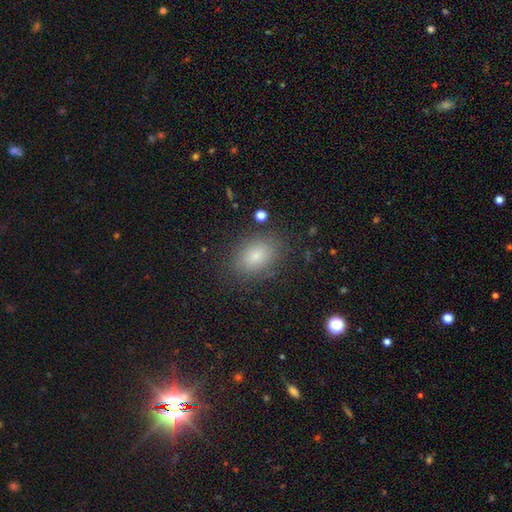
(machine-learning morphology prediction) smooth 77%, star or artifact 14%, featured or disk 9%. Down the decision tree: how rounded — in between (74%); merging — none (84%).